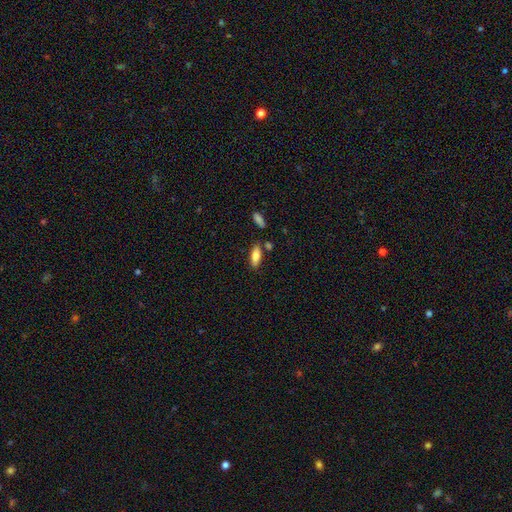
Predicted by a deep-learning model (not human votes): Smooth or featured?
  - smooth: 78% *
  - featured or disk: 16%
  - star or artifact: 7%
How rounded?
  - in between: 74% *
  - cigar-shaped: 24%
  - round: 2%
Merging?
  - none: 78% *
  - minor disturbance: 12%
  - merger: 7%
  - major disturbance: 3%